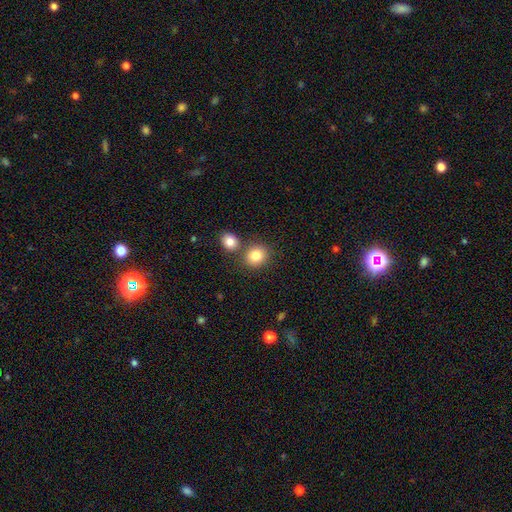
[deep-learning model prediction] A smooth galaxy with no disk features (83%) that is round (77%).

Vote fractions:
- Smooth or featured? smooth: 83% / star or artifact: 10% / featured or disk: 7%
- How rounded? round: 77% / in between: 22% / cigar-shaped: 1%
- Merging? none: 67% / merger: 21% / minor disturbance: 9% / major disturbance: 3%